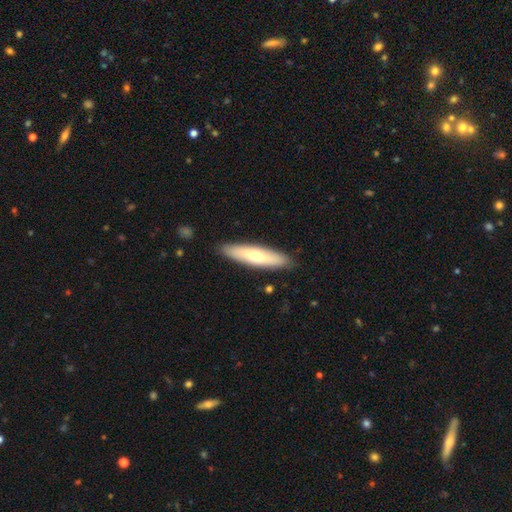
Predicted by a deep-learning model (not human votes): smooth-or-featured: smooth: 62% | featured or disk: 33% | star or artifact: 5%
  how-rounded: cigar-shaped: 73% | in between: 25% | round: 2%
  merging: none: 89% | minor disturbance: 9% | major disturbance: 2% | merger: 1%